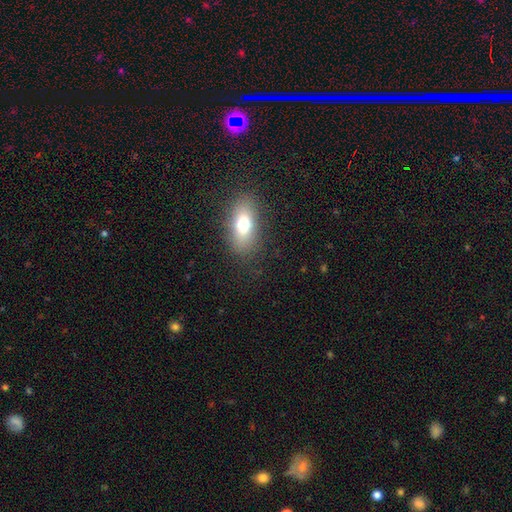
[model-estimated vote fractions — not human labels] The model was most divided on "smooth or featured": smooth: 61%, featured or disk: 21%, star or artifact: 17%. More confident: merging — none (86%); how rounded — in between (75%).